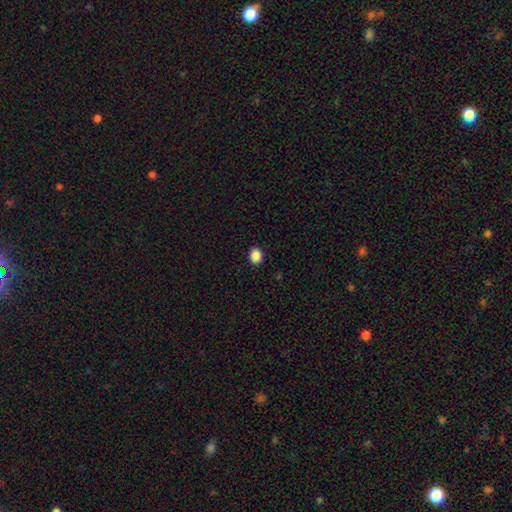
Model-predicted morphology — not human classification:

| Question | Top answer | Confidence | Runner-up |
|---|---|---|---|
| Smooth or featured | smooth | 88% | star or artifact (9%) |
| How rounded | in between | 50% | round (49%) |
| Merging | none | 91% | minor disturbance (6%) |